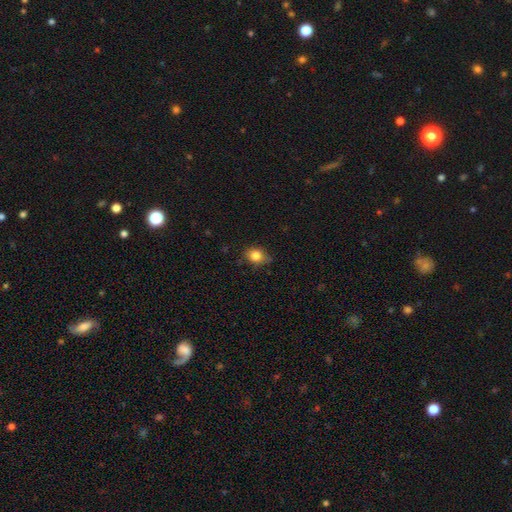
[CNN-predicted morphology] This is clearly a smooth galaxy (83%). How rounded: likely round (62%). Merging: likely none (71%).